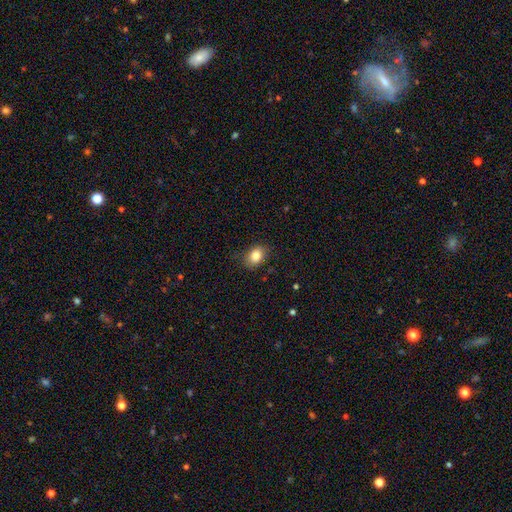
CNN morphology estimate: A smooth galaxy with no disk features (85%) that is in between round and cigar-shaped (66%). Merging: none (78%).